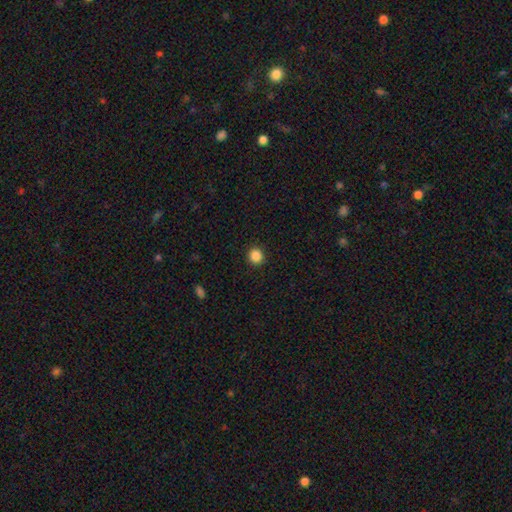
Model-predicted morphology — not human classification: Smooth or featured? smooth (86%)
How rounded? round (91%)
Merging? none (92%)